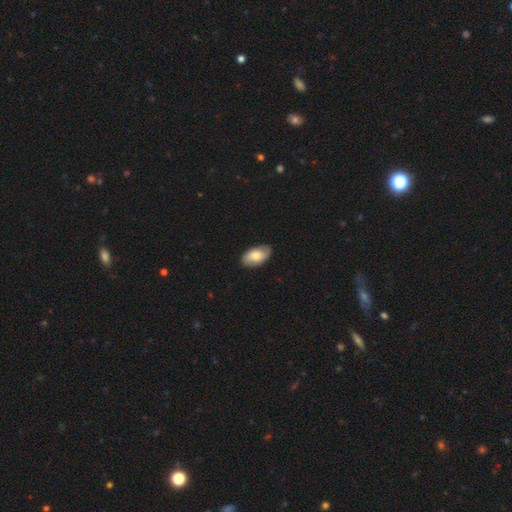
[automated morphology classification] smooth 67%, featured or disk 27%, star or artifact 6%. Down the decision tree: how rounded — in between (94%); merging — none (86%).